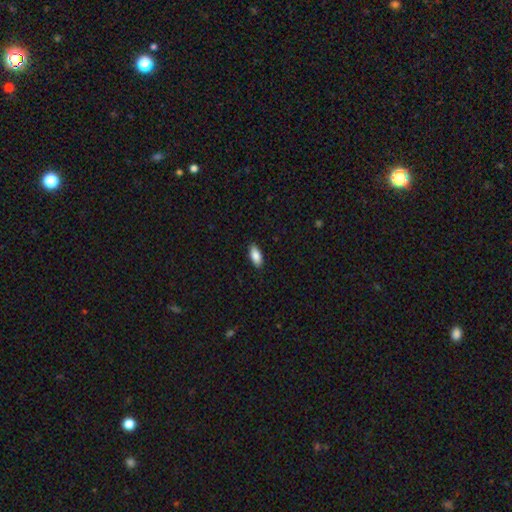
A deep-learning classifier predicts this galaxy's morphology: Smooth or featured: smooth — 87% (featured or disk — 7%)
How rounded: in between — 88% (cigar-shaped — 10%)
Merging: none — 88% (minor disturbance — 10%)